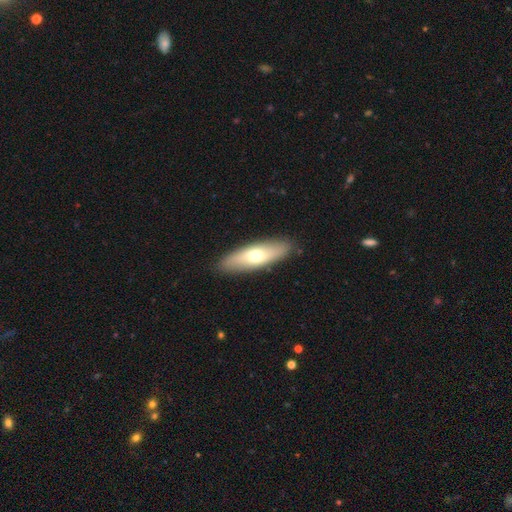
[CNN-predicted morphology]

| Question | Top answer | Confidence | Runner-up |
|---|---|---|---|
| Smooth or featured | smooth | 59% | featured or disk (35%) |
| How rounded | in between | 52% | cigar-shaped (45%) |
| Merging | none | 89% | minor disturbance (8%) |